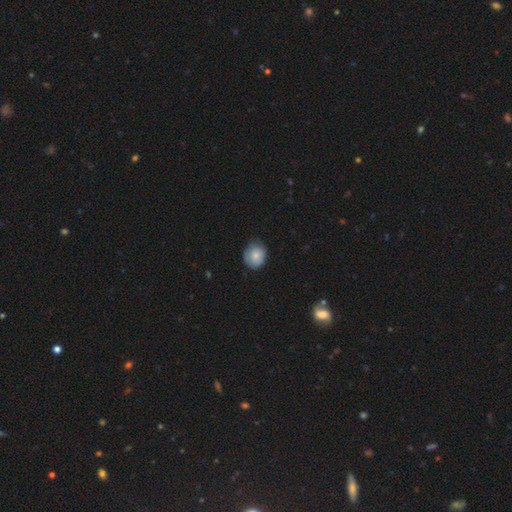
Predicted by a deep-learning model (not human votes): smooth-or-featured: smooth: 82% | featured or disk: 11% | star or artifact: 7%
  how-rounded: round: 73% | in between: 26% | cigar-shaped: 1%
  merging: none: 78% | minor disturbance: 19% | major disturbance: 3% | merger: 1%